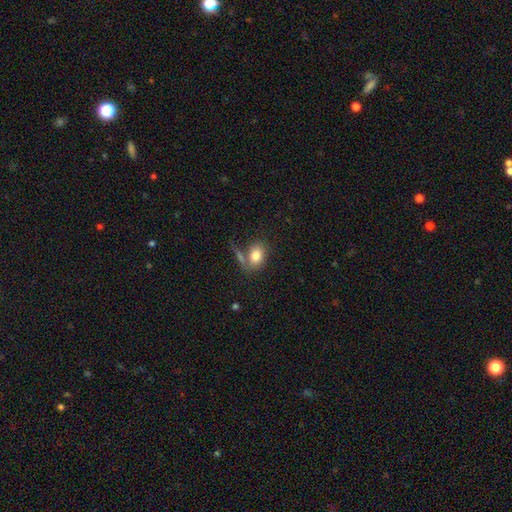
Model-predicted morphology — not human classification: Smooth or featured? smooth (79%)
How rounded? in between (73%)
Merging? none (50%)